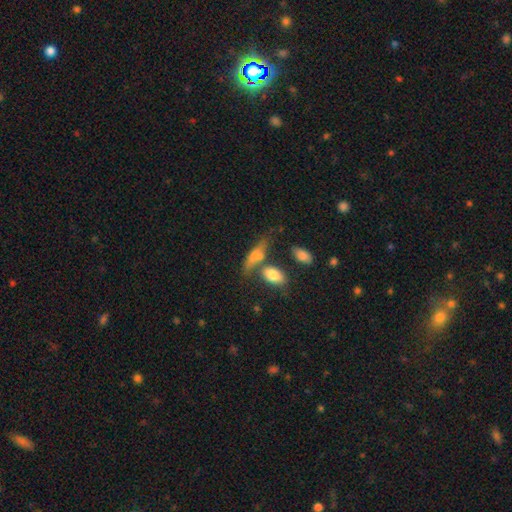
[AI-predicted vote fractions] smooth 66%, featured or disk 25%, star or artifact 9%. Down the decision tree: how rounded — in between (59%); merging — none (42%).